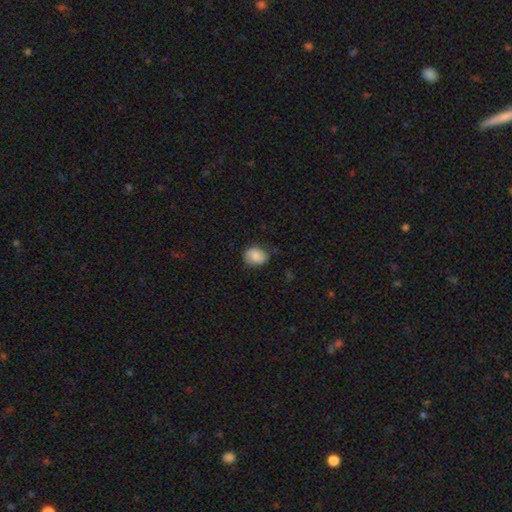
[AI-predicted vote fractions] A smooth galaxy with no disk features (80%) that is in between round and cigar-shaped (51%). Merging: none (70%).